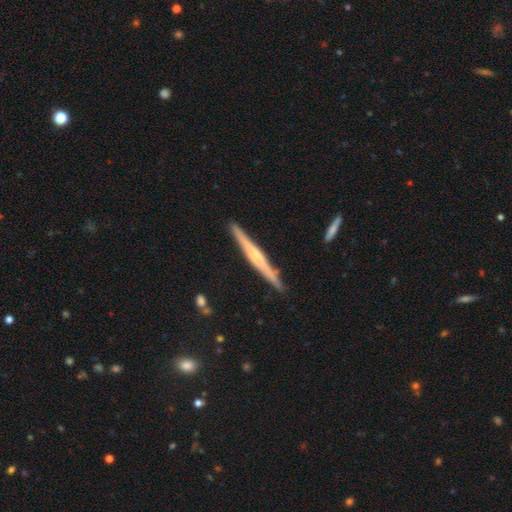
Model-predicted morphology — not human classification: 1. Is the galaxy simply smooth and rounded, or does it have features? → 67% featured or disk, 27% smooth, 6% star or artifact.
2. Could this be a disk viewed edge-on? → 97% yes, 3% no.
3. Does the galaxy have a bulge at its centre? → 54% rounded, 33% none, 13% boxy.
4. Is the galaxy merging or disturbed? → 89% none, 8% minor disturbance, 1% merger, 1% major disturbance.